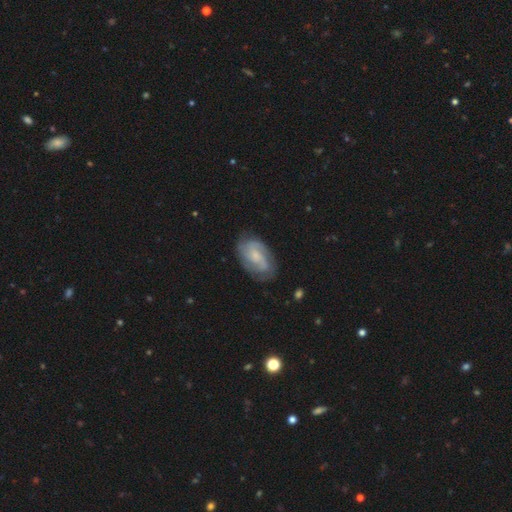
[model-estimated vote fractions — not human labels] A featured or disk galaxy (74%) with no bar (49%), 2 (52%) medium (43%) spiral arms (93%) and a small central bulge (48%).

Vote fractions:
- Smooth or featured? featured or disk: 74% / smooth: 20% / star or artifact: 6%
- Edge-on disk? no: 97% / yes: 3%
- Bar? no: 49% / weak: 42% / strong: 9%
- Spiral arms? yes: 93% / no: 7%
- Spiral winding? medium: 43% / tight: 42% / loose: 15%
- Spiral arm count? 2: 52% / can't tell: 21% / 3: 17% / 1: 4% / 4: 4% / more than 4: 3%
- Bulge size? small: 48% / moderate: 31% / none: 16% / large: 4% / dominant: 1%
- Merging? none: 74% / minor disturbance: 18% / major disturbance: 7% / merger: 1%